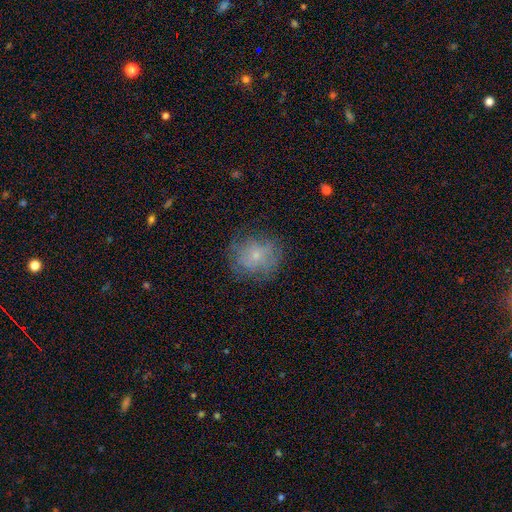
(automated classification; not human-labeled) Smooth or featured?
  - smooth: 60% *
  - featured or disk: 28%
  - star or artifact: 12%
How rounded?
  - round: 80% *
  - in between: 19%
  - cigar-shaped: 1%
Merging?
  - none: 70% *
  - minor disturbance: 19%
  - major disturbance: 9%
  - merger: 1%